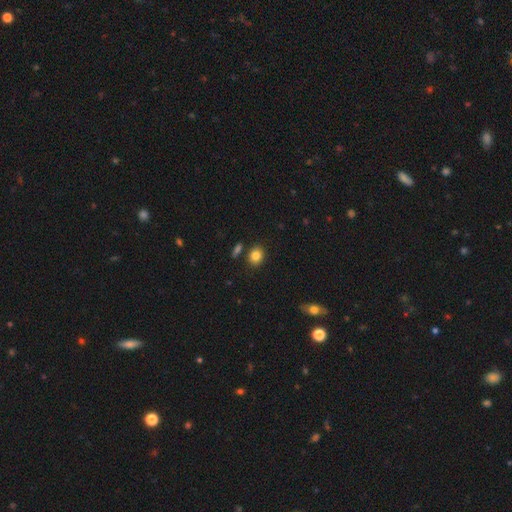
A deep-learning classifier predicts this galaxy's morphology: A smooth galaxy with no disk features (83%) that is round (54%).

Vote fractions:
- Smooth or featured? smooth: 83% / star or artifact: 10% / featured or disk: 7%
- How rounded? round: 54% / in between: 45% / cigar-shaped: 1%
- Merging? none: 81% / minor disturbance: 10% / merger: 6% / major disturbance: 3%